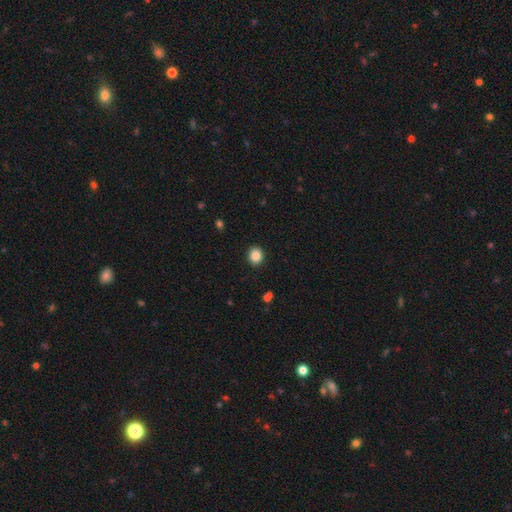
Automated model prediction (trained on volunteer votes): smooth-or-featured: smooth: 86% | star or artifact: 10% | featured or disk: 4%
  how-rounded: round: 69% | in between: 30% | cigar-shaped: 1%
  merging: none: 91% | minor disturbance: 6% | major disturbance: 2% | merger: 1%